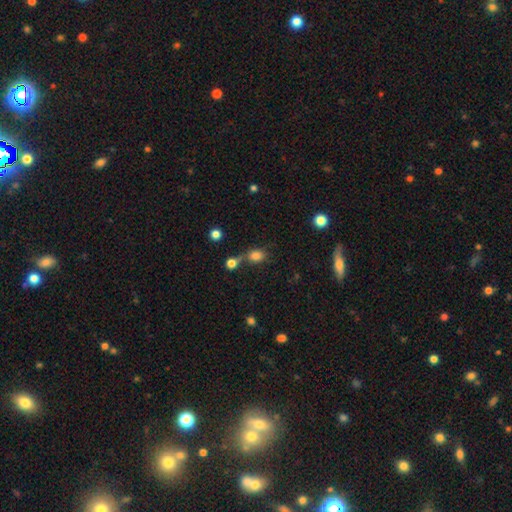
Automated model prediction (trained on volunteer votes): Overall: smooth (79%). How rounded: round (53%; in between 45%). Merging: none (44%; merger 34%).